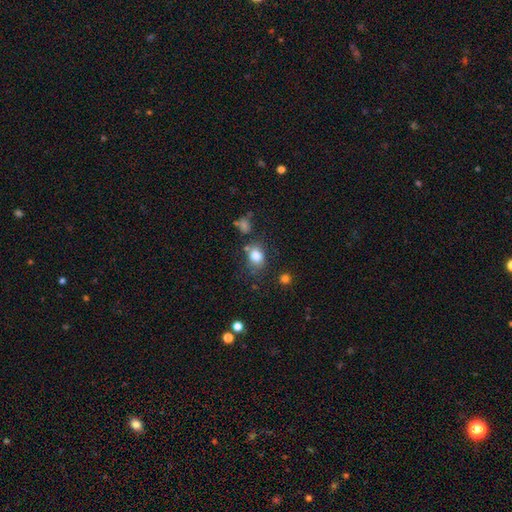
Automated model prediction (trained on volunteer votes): Q: Smooth or featured?
A: smooth (81%); runner-up: star or artifact (11%)
Q: How rounded?
A: in between (51%); runner-up: round (48%)
Q: Merging?
A: none (65%); runner-up: minor disturbance (19%)